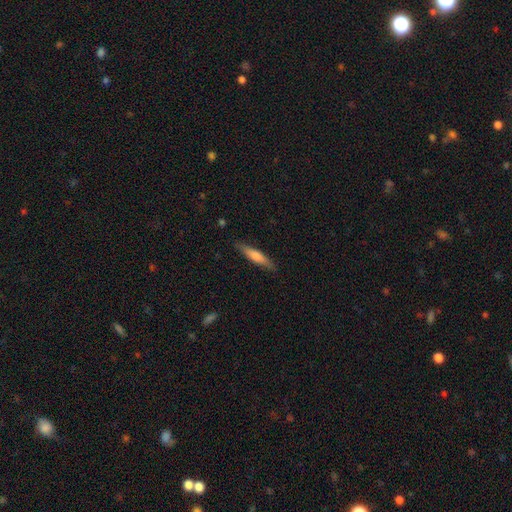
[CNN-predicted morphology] Smooth or featured? Predicted: smooth (p=0.54). How rounded? Predicted: cigar-shaped (p=0.88). Merging? Predicted: none (p=0.87).